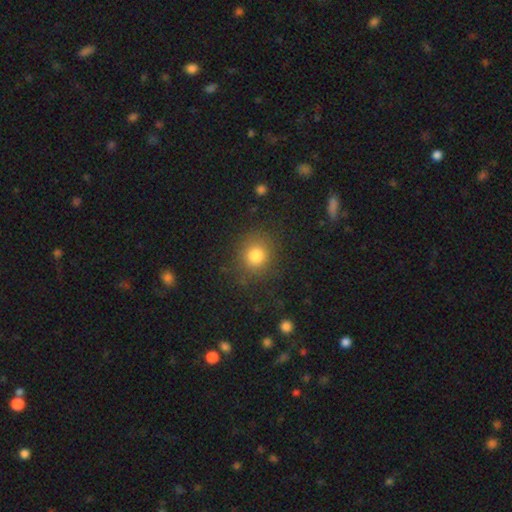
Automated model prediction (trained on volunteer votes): Morphology: type=smooth (80%); roundness=round (84%); merging=none (85%).